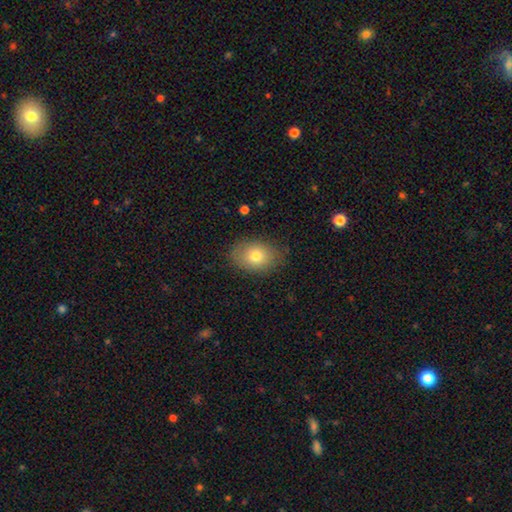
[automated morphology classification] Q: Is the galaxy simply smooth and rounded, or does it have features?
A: smooth — 77%.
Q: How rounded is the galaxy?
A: in between — 73%.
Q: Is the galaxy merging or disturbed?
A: none — 81%.